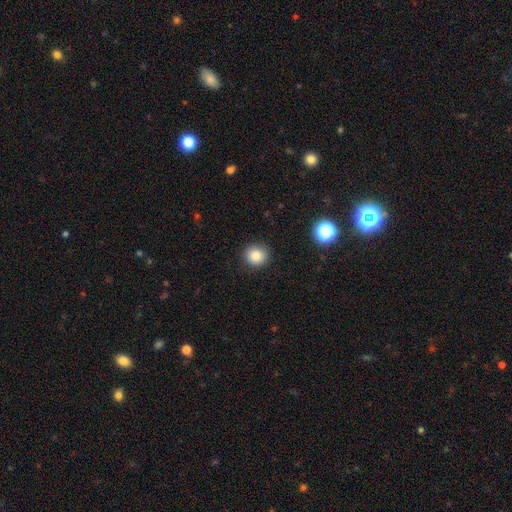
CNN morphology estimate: Smooth or featured?
  - smooth: 84% *
  - star or artifact: 11%
  - featured or disk: 5%
How rounded?
  - round: 88% *
  - in between: 11%
  - cigar-shaped: 1%
Merging?
  - none: 90% *
  - minor disturbance: 7%
  - major disturbance: 2%
  - merger: 1%